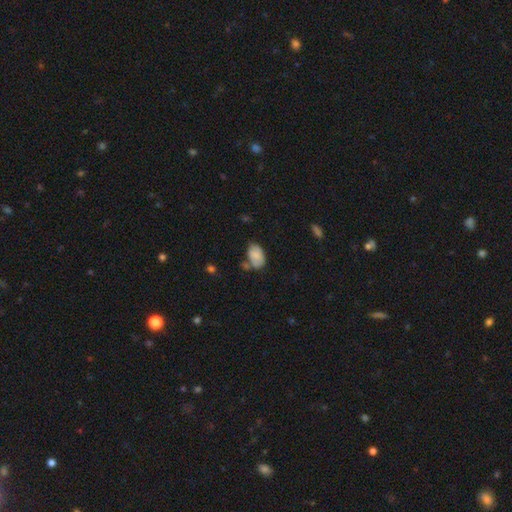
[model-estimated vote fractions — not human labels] Smooth or featured? Predicted: smooth (p=0.80). How rounded? Predicted: in between (p=0.89). Merging? Predicted: none (p=0.47).